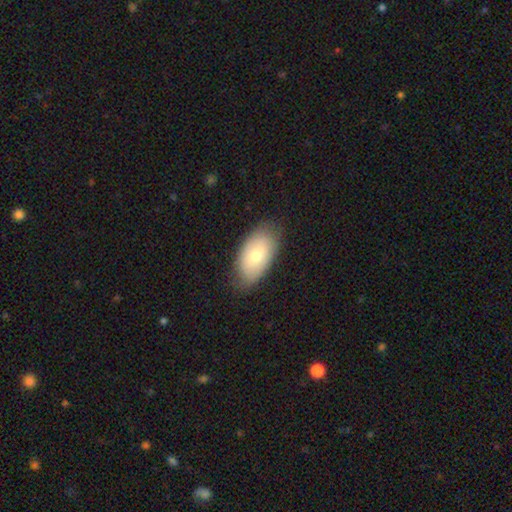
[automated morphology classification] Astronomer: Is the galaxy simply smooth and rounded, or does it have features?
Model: smooth — 69%.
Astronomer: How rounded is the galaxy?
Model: in between — 94%.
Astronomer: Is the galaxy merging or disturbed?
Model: none — 79%.